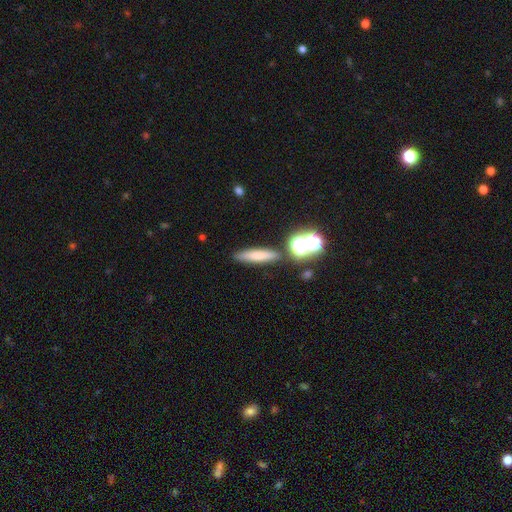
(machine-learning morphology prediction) smooth 56%, star or artifact 22%, featured or disk 22%. Down the decision tree: how rounded — cigar-shaped (71%); merging — none (81%).